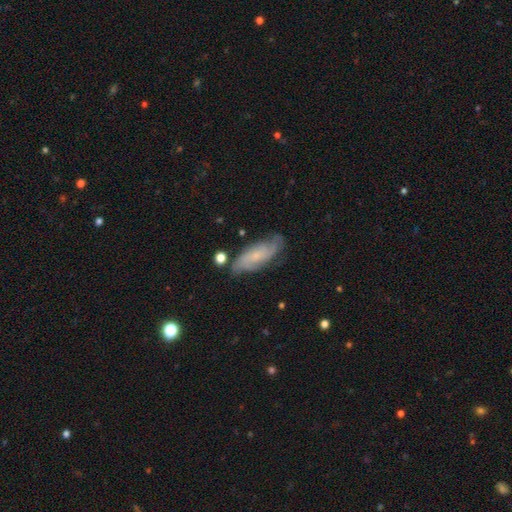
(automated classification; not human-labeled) A featured or disk galaxy (63%) with no bar (65%), spiral arms (90%) and a small central bulge (64%).

Vote fractions:
- Smooth or featured? featured or disk: 63% / smooth: 29% / star or artifact: 8%
- Edge-on disk? no: 87% / yes: 13%
- Bar? no: 65% / weak: 29% / strong: 6%
- Spiral arms? yes: 90% / no: 10%
- Bulge size? small: 64% / moderate: 20% / none: 14% / large: 2% / dominant: 1%
- Merging? none: 72% / minor disturbance: 20% / major disturbance: 6% / merger: 3%